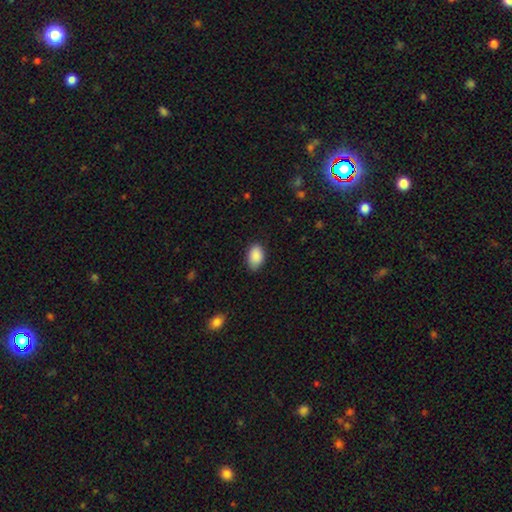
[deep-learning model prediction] A smooth galaxy with no disk features (90%) that is in between round and cigar-shaped (91%).

Vote fractions:
- Smooth or featured? smooth: 90% / star or artifact: 7% / featured or disk: 3%
- How rounded? in between: 91% / round: 8% / cigar-shaped: 1%
- Merging? none: 83% / minor disturbance: 13% / major disturbance: 3% / merger: 1%